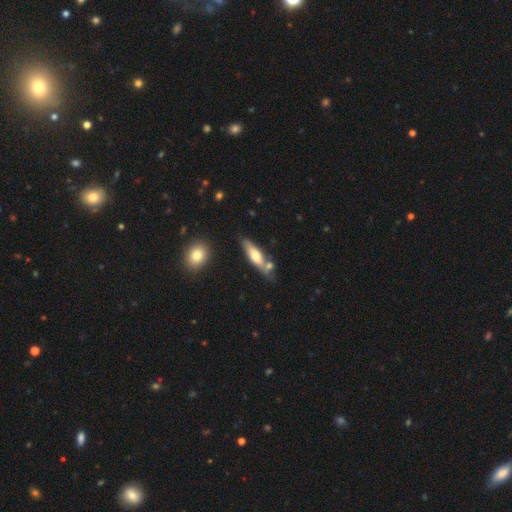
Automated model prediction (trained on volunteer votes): This appears to be a smooth galaxy with no disk features (54%) that is cigar-shaped (61%). Merging: none (63%).